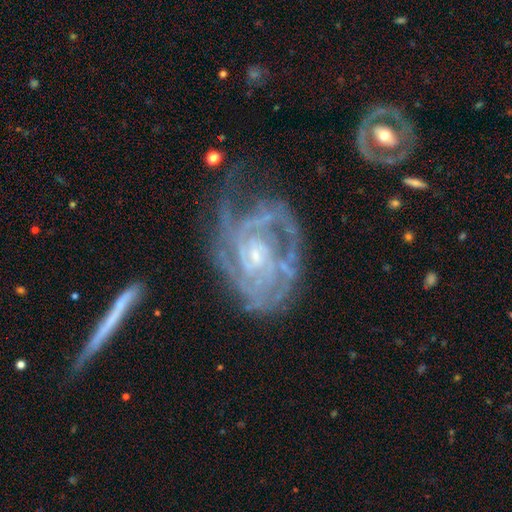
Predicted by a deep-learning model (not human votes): Smooth or featured? Predicted: featured or disk (p=0.90). Edge-on disk? Predicted: no (p=0.97). Bar? Predicted: no (p=0.57). Spiral arms? Predicted: yes (p=0.96). Spiral winding? Predicted: tight (p=0.68). Spiral arm count? Predicted: can't tell (p=0.26). Bulge size? Predicted: small (p=0.74). Merging? Predicted: none (p=0.48).